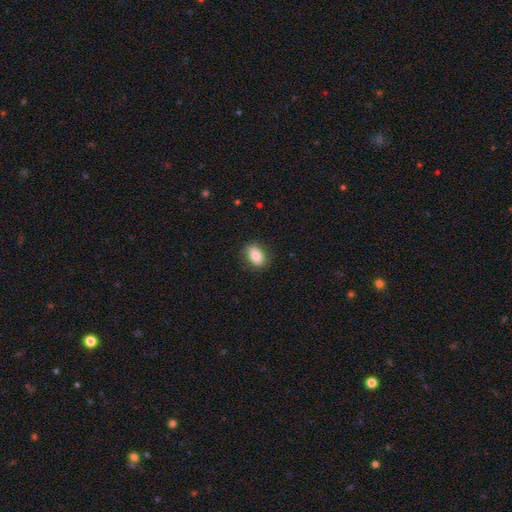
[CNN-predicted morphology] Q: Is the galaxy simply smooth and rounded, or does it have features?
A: smooth — 79%.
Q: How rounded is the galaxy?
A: in between — 83%.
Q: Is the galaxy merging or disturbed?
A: none — 85%.